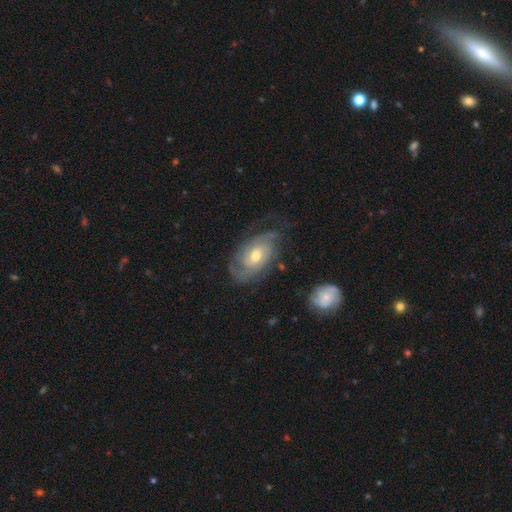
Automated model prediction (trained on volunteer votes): smooth_or_featured: featured or disk (p=0.81) [alt: smooth p=0.13]
disk_edge_on: no (p=0.95) [alt: yes p=0.05]
bar: no (p=0.63) [alt: weak p=0.31]
has_spiral_arms: yes (p=0.93) [alt: no p=0.07]
spiral_winding: tight (p=0.59) [alt: medium p=0.30]
spiral_arm_count: can't tell (p=0.34) [tied with: 2 p=0.34]
bulge_size: moderate (p=0.65) [alt: small p=0.30]
merging: none (p=0.65) [alt: minor disturbance p=0.20]